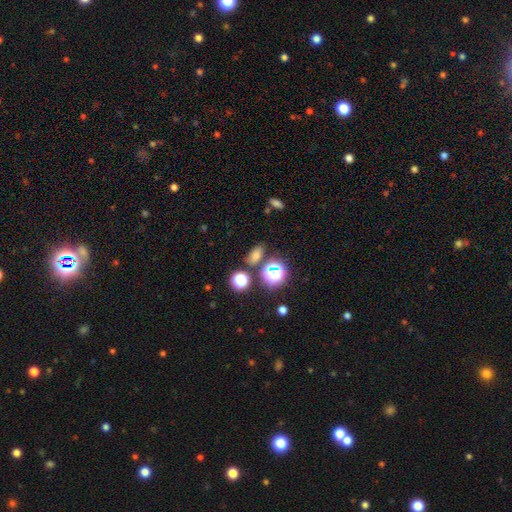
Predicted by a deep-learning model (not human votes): Smooth or featured? Predicted: smooth (p=0.64). How rounded? Predicted: in between (p=0.74). Merging? Predicted: none (p=0.75).